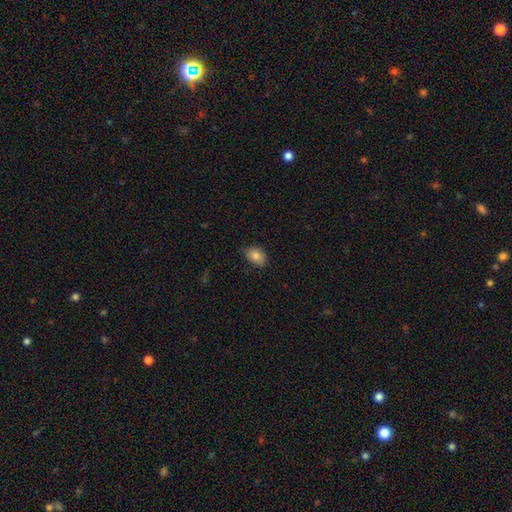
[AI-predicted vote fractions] smooth-or-featured: smooth: 82% | featured or disk: 10% | star or artifact: 9%
  how-rounded: in between: 79% | round: 20% | cigar-shaped: 1%
  merging: none: 74% | minor disturbance: 22% | major disturbance: 3% | merger: 1%